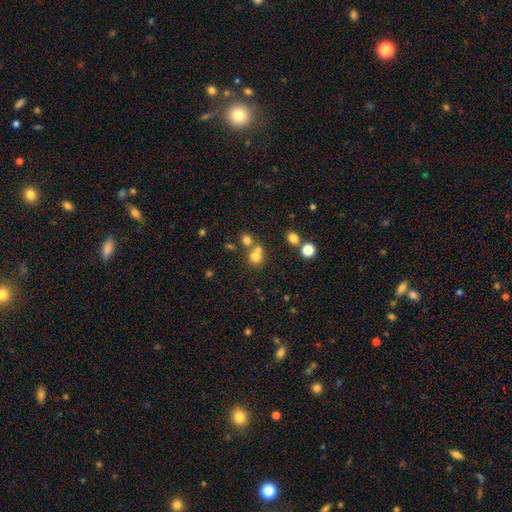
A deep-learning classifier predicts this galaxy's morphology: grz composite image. It shows a smooth galaxy with no disk features (71%) that is round (82%). Merging: none (49%).